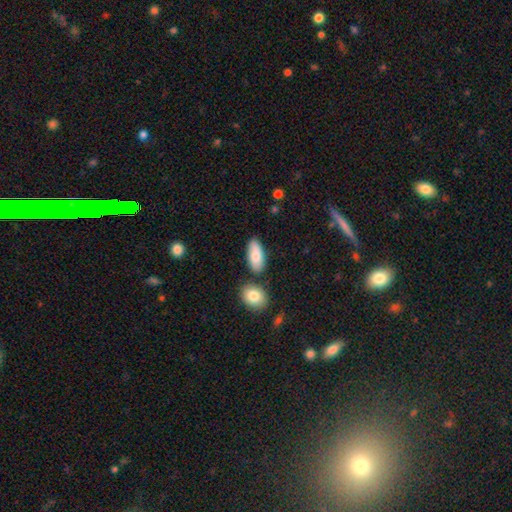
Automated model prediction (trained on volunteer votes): Q: Smooth or featured?
A: smooth (80%); runner-up: featured or disk (14%)
Q: How rounded?
A: in between (89%); runner-up: cigar-shaped (8%)
Q: Merging?
A: none (74%); runner-up: minor disturbance (13%)